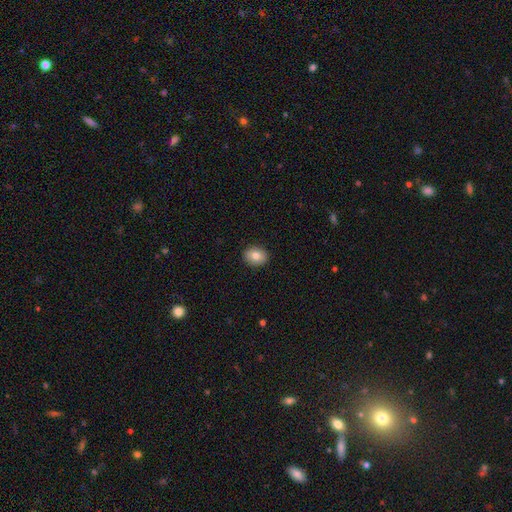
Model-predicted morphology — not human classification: smooth 80%, featured or disk 11%, star or artifact 9%. Down the decision tree: how rounded — round (52%); merging — none (91%).